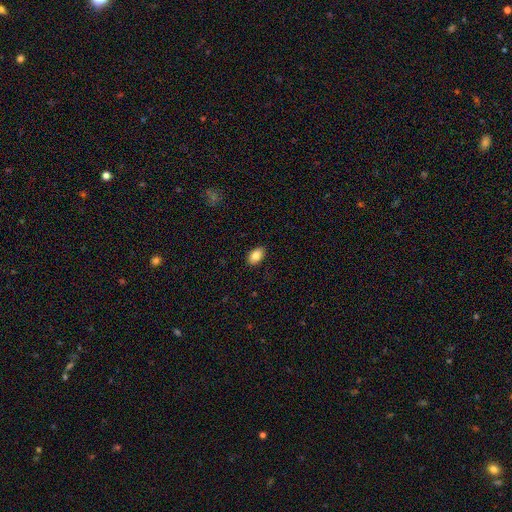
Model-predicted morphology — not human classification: smooth_or_featured: smooth (p=0.85) [alt: star or artifact p=0.08]
how_rounded: in between (p=0.90) [alt: round p=0.09]
merging: none (p=0.88) [alt: minor disturbance p=0.09]